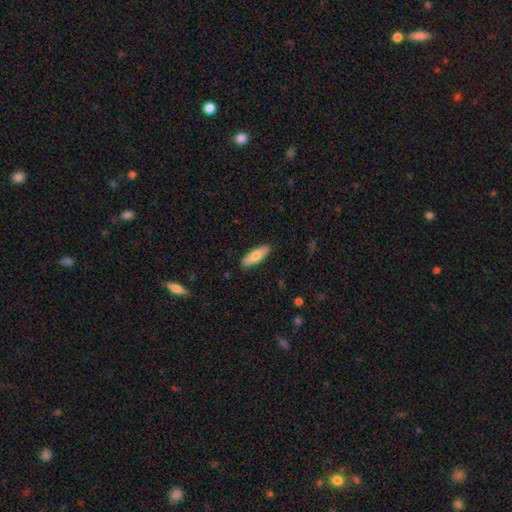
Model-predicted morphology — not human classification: type=smooth (68%); roundness=in between (52%); merging=none (89%).